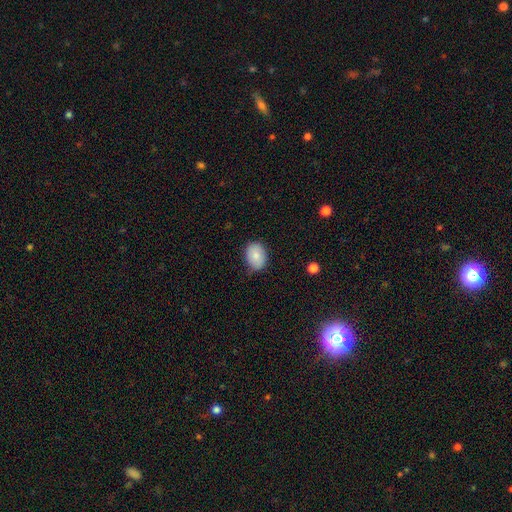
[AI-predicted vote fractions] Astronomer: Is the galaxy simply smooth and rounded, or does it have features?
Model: smooth — 81%.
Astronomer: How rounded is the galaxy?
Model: in between — 62%.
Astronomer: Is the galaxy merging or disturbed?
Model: none — 70%.